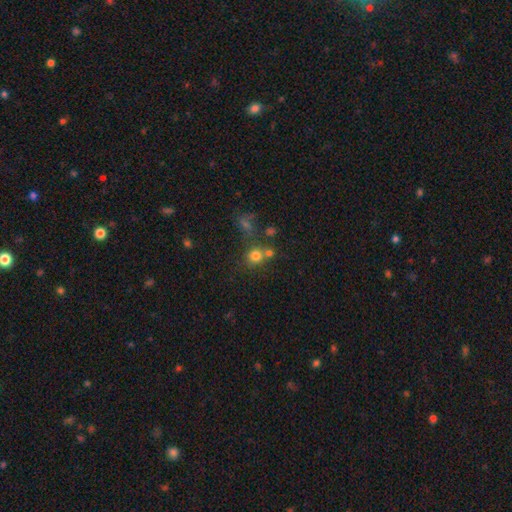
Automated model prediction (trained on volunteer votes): The model was most divided on "merging": none: 56%, merger: 27%, minor disturbance: 11%, major disturbance: 5%. More confident: how rounded — round (82%); smooth or featured — smooth (75%).